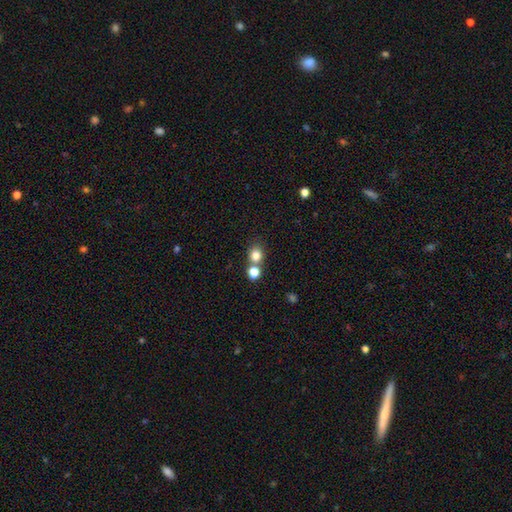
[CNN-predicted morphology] Smooth or featured: smooth — 80% (star or artifact — 13%)
How rounded: round — 77% (in between — 22%)
Merging: none — 60% (merger — 29%)